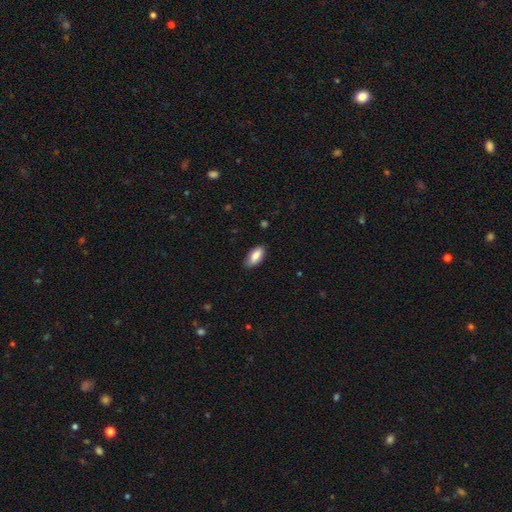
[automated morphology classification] A smooth galaxy with no disk features (85%) that is in between round and cigar-shaped (89%).

Vote fractions:
- Smooth or featured? smooth: 85% / featured or disk: 9% / star or artifact: 6%
- How rounded? in between: 89% / cigar-shaped: 8% / round: 2%
- Merging? none: 80% / minor disturbance: 17% / major disturbance: 3% / merger: 1%